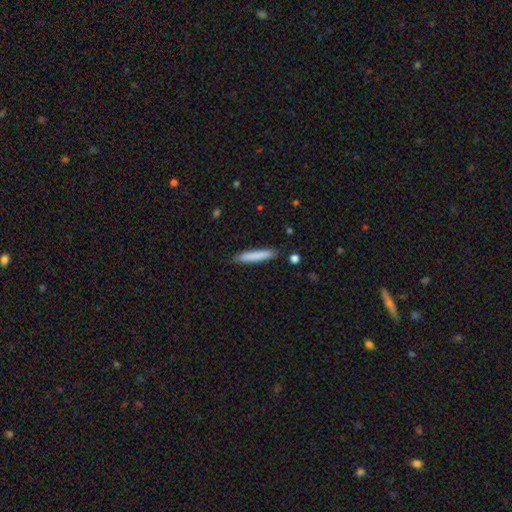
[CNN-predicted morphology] Smooth or featured: smooth — 81% (featured or disk — 13%)
How rounded: cigar-shaped — 92% (in between — 7%)
Merging: none — 87% (minor disturbance — 9%)